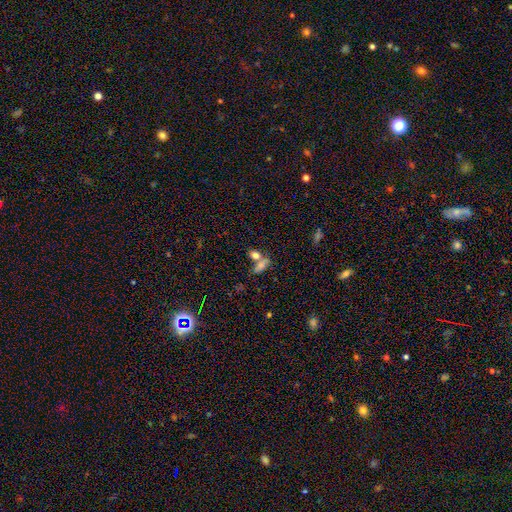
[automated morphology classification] smooth-or-featured: smooth: 75% | star or artifact: 13% | featured or disk: 11%
  how-rounded: in between: 63% | round: 25% | cigar-shaped: 12%
  merging: none: 46% | merger: 39% | minor disturbance: 10% | major disturbance: 5%